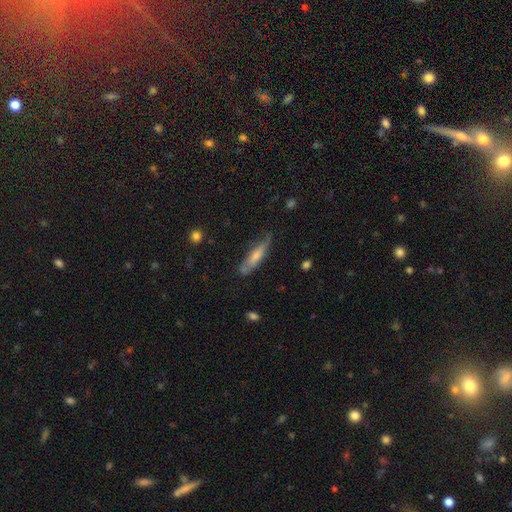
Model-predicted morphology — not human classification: type=smooth (47%); merging=none (66%).